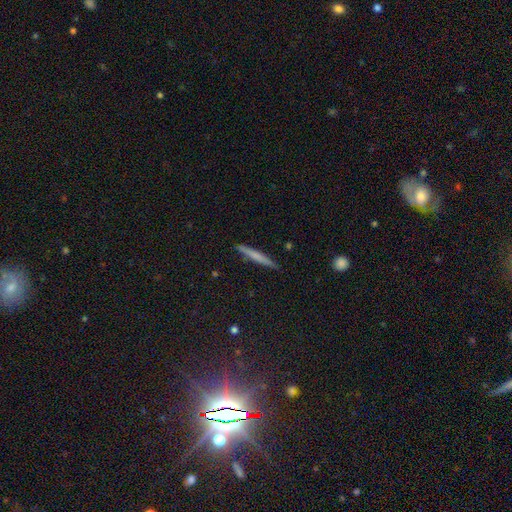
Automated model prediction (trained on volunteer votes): This appears to be a smooth galaxy with no disk features (57%) that is cigar-shaped (96%). Merging: none (89%).